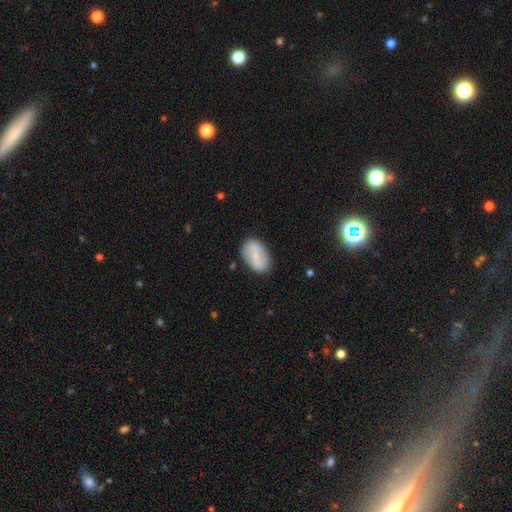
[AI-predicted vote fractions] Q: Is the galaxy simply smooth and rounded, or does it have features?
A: smooth — 61%.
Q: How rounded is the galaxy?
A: in between — 90%.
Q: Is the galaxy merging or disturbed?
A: none — 78%.